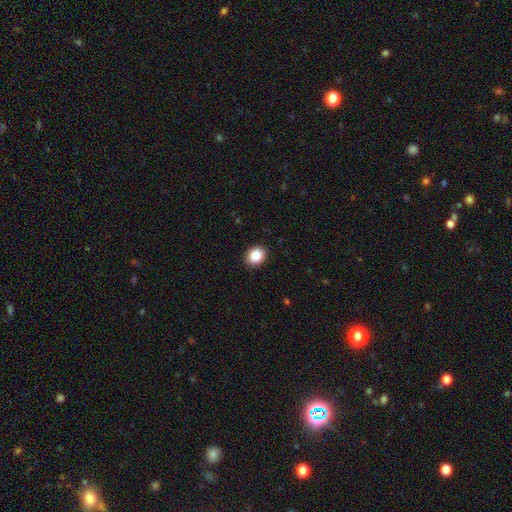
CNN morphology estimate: A smooth galaxy with no disk features (87%) that is round (60%). Merging: none (91%).